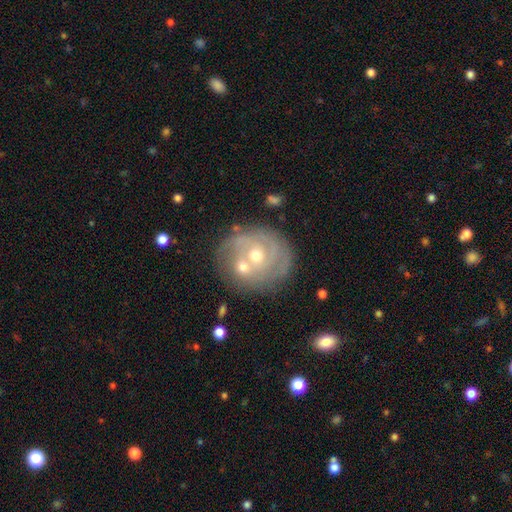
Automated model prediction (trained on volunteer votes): Morphology: type=featured or disk (73%); edge-on=no (97%); bar=no (79%); spiral arms=yes (77%); winding=tight (71%); arm count=can't tell (40%); bulge=moderate (57%); merging=none (62%).